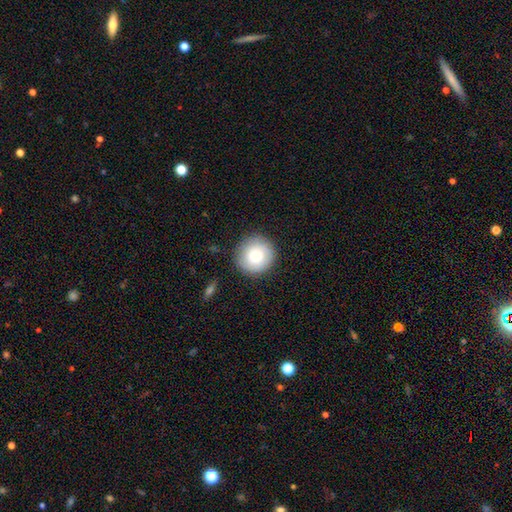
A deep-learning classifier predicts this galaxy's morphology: A smooth galaxy with no disk features (77%) that is round (94%). Merging: none (87%).